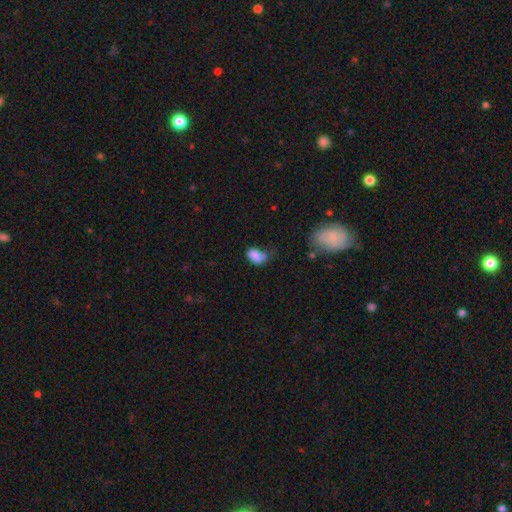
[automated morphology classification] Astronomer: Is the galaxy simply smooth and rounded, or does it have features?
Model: smooth — 82%.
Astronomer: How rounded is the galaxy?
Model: in between — 87%.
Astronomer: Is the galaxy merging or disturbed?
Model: minor disturbance — 36% (runner-up: none, 33%).